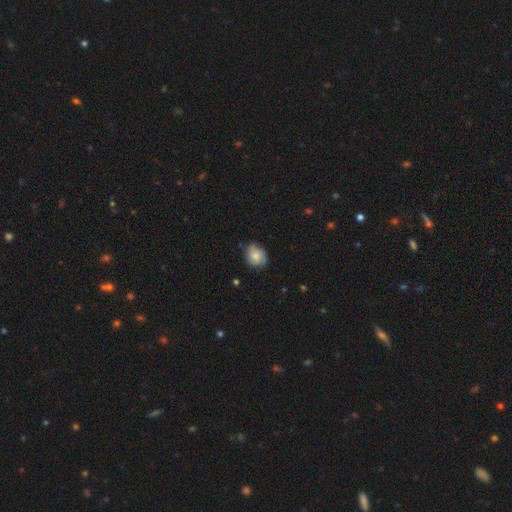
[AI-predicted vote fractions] Smooth or featured: smooth — 70% (featured or disk — 22%)
How rounded: round — 64% (in between — 35%)
Merging: none — 69% (minor disturbance — 25%)